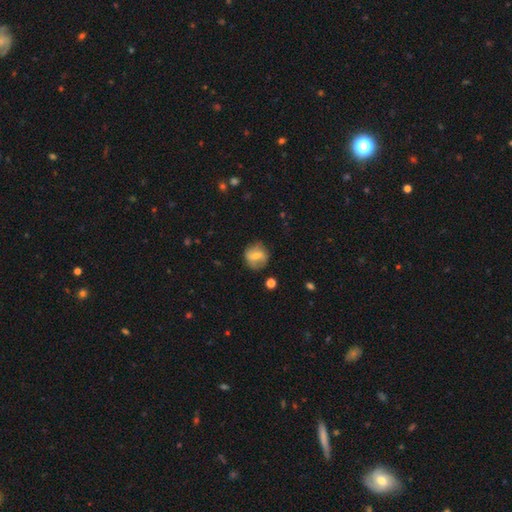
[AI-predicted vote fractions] This is possibly a smooth galaxy (53%). How rounded: clearly round (82%). Merging: likely none (74%).